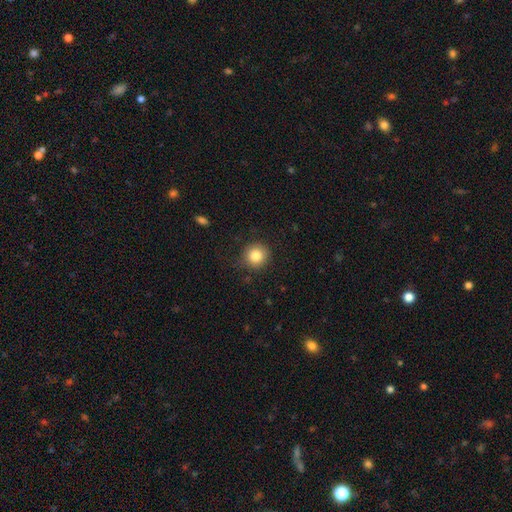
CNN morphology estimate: This appears to be a smooth galaxy with no disk features (84%) that is round (92%). Merging: none (85%).